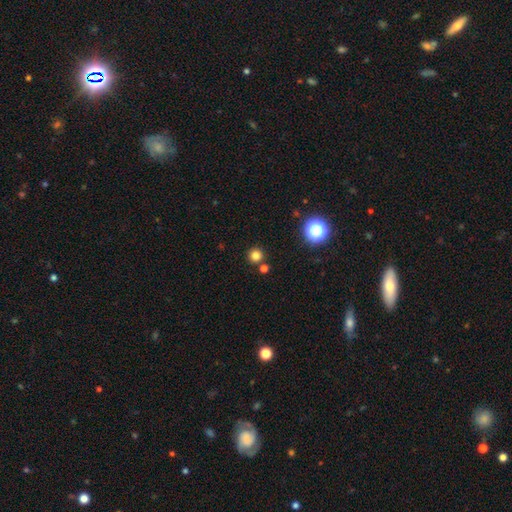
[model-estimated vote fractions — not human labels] smooth 79%, star or artifact 17%, featured or disk 5%. Down the decision tree: how rounded — round (95%); merging — none (83%).